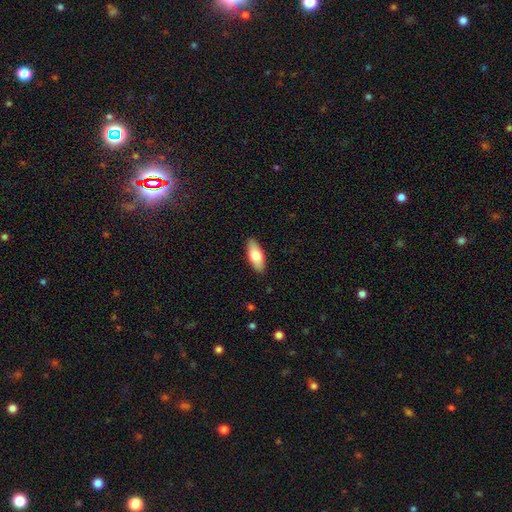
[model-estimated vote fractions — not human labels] Overall: smooth (77%). How rounded: in between (81%). Merging: none (88%).